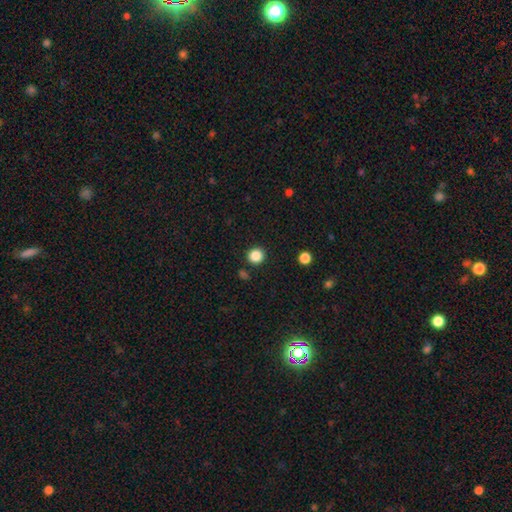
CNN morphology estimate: type=smooth (86%); roundness=round (94%); merging=none (91%).